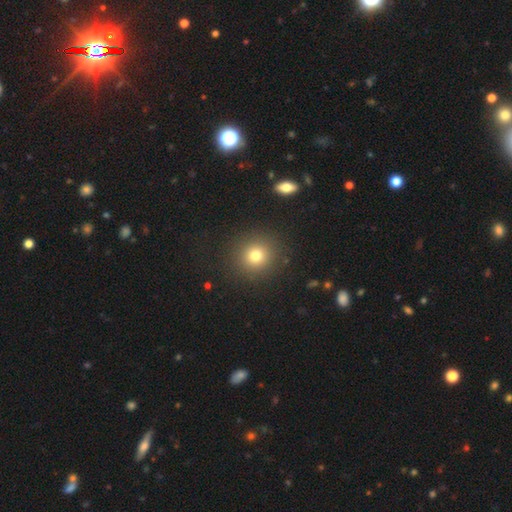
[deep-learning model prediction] Overall: smooth (76%). How rounded: round (91%). Merging: none (90%).